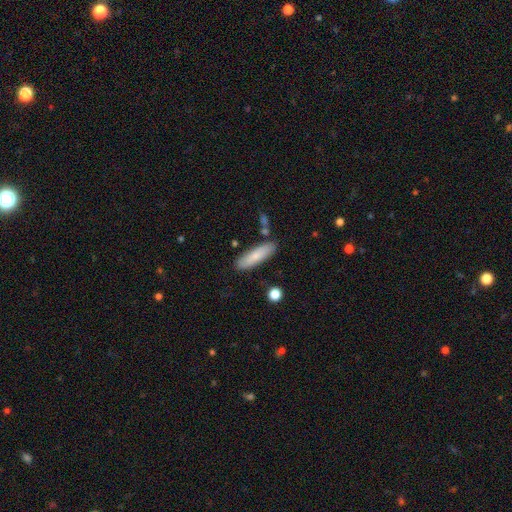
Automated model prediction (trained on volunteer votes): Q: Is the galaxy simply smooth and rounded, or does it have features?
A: smooth — 77%.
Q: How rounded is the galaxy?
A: cigar-shaped — 62%.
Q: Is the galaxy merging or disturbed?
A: none — 83%.